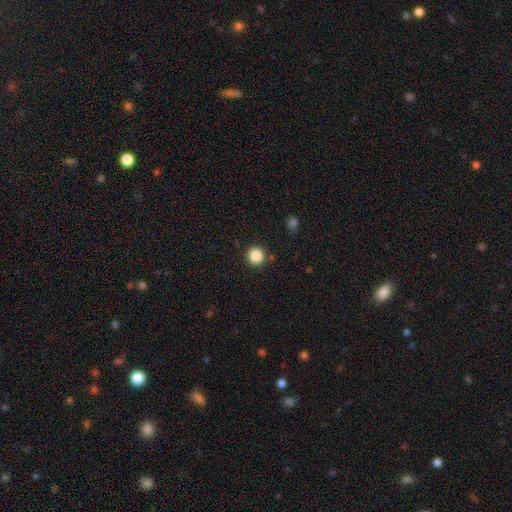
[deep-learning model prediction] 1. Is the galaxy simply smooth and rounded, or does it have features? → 86% smooth, 10% star or artifact, 4% featured or disk.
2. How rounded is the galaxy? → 94% round, 5% in between, 1% cigar-shaped.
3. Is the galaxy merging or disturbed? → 90% none, 6% minor disturbance, 2% merger, 2% major disturbance.